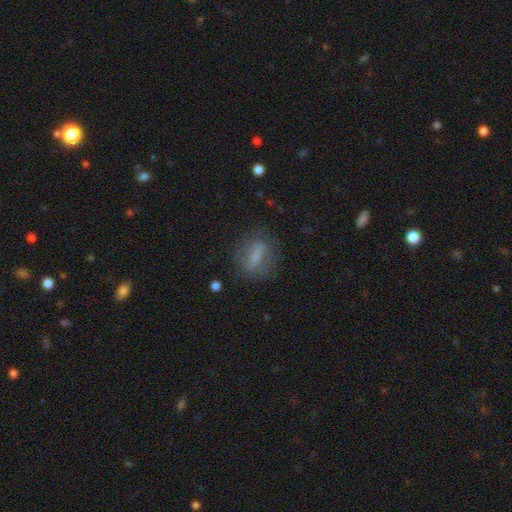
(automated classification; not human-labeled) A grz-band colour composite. It shows a smooth galaxy with no disk features (53%) that is in between round and cigar-shaped (48%). Merging: none (76%).